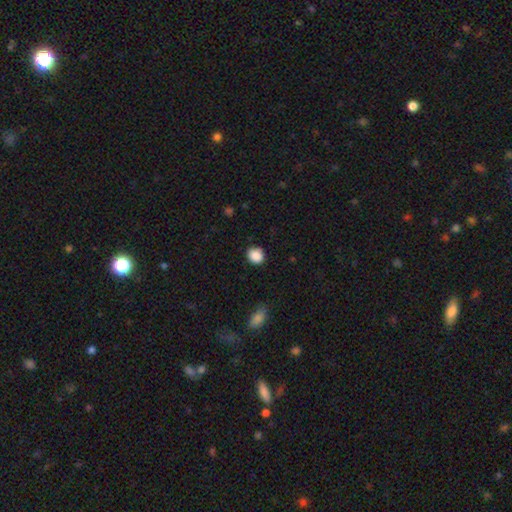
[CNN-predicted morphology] Smooth or featured? smooth (89%)
How rounded? round (71%)
Merging? none (84%)